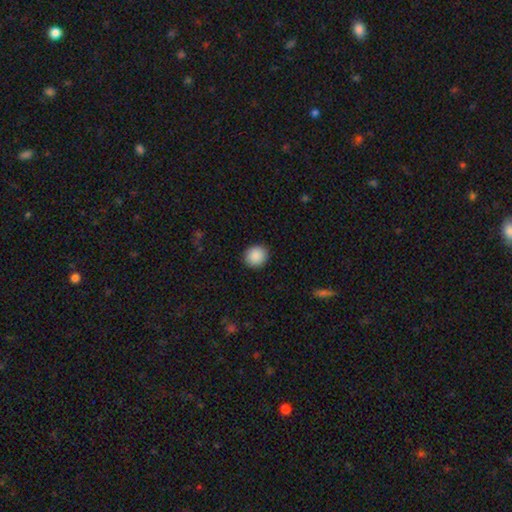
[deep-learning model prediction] Smooth or featured: smooth — 90% (star or artifact — 8%)
How rounded: round — 82% (in between — 17%)
Merging: none — 90% (minor disturbance — 7%)